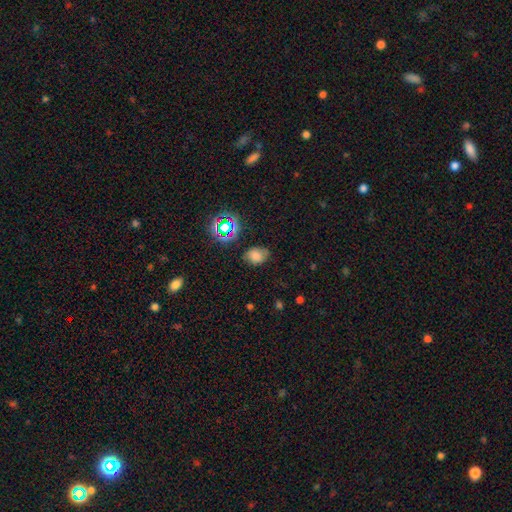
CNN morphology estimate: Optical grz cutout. It shows a smooth galaxy with no disk features (65%) that is in between round and cigar-shaped (61%). Merging: none (71%).